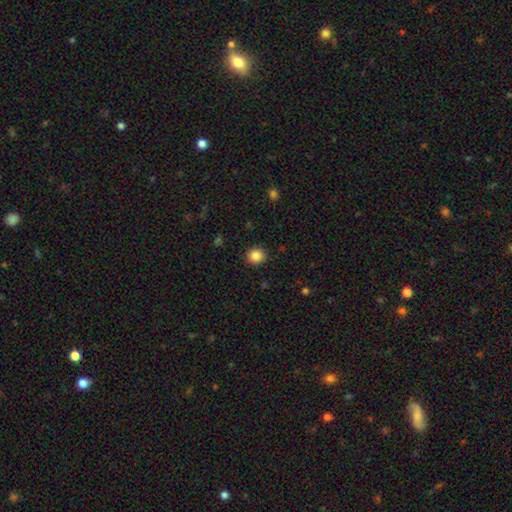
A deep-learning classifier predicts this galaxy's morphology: A smooth galaxy with no disk features (86%) that is round (84%). Merging: none (91%).